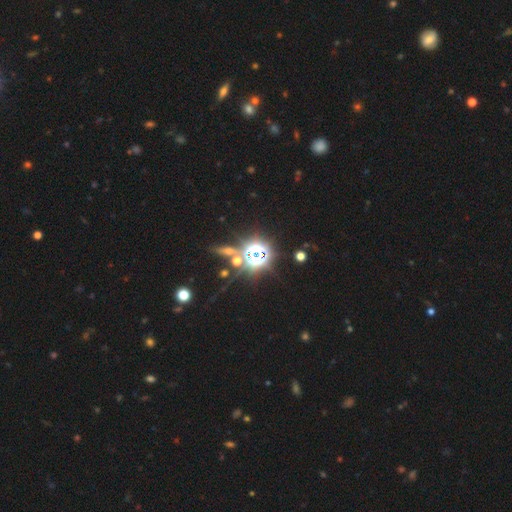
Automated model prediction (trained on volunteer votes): The model was most divided on "smooth or featured": star or artifact: 82%, smooth: 12%, featured or disk: 6%.